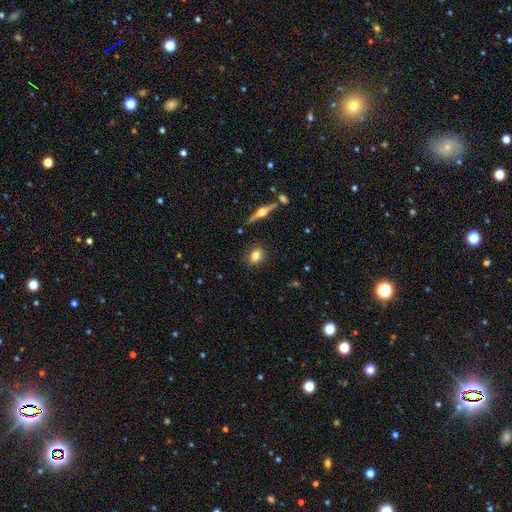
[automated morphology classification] smooth-or-featured: smooth: 74% | featured or disk: 18% | star or artifact: 8%
  how-rounded: in between: 62% | round: 32% | cigar-shaped: 5%
  merging: none: 82% | minor disturbance: 12% | major disturbance: 3% | merger: 3%